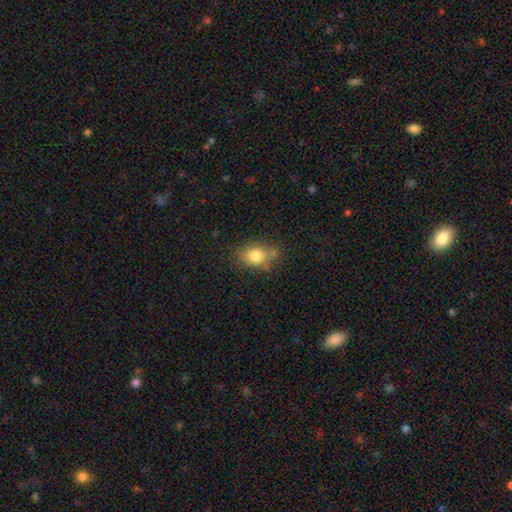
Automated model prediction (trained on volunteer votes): smooth_or_featured: smooth (p=0.81) [alt: star or artifact p=0.10]
how_rounded: in between (p=0.55) [alt: round p=0.44]
merging: none (p=0.68) [alt: minor disturbance p=0.19]